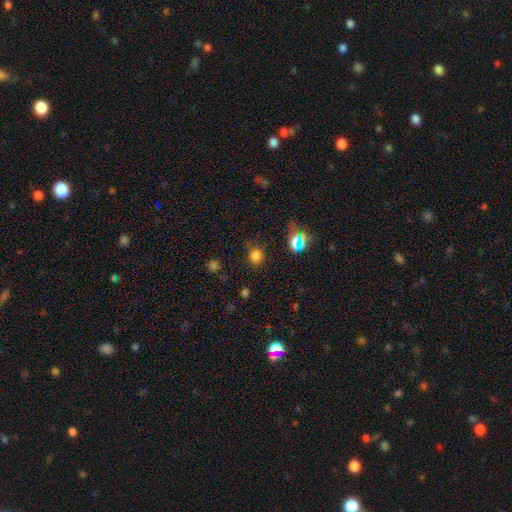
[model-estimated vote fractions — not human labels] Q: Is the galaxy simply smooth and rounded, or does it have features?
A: smooth — 69%.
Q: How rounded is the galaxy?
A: round — 68%.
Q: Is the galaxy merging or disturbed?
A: none — 78%.